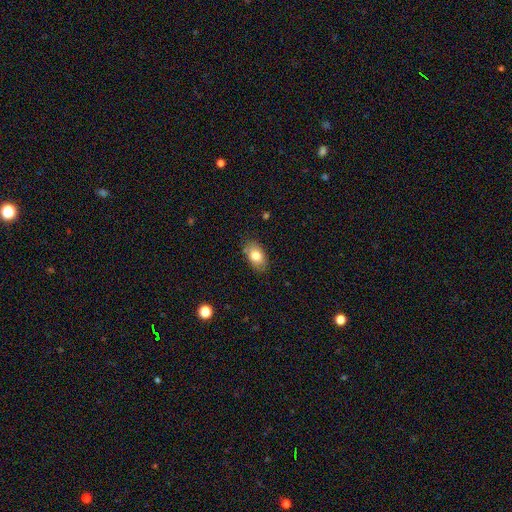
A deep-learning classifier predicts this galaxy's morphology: A smooth galaxy with no disk features (81%) that is in between round and cigar-shaped (89%). Merging: none (80%).